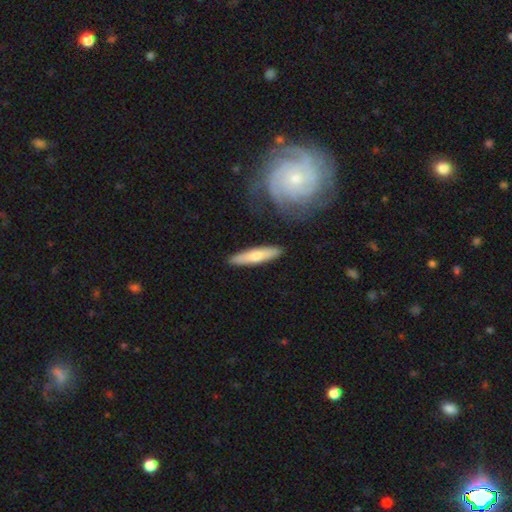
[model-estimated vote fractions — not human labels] A smooth galaxy with no disk features (57%) that is cigar-shaped (81%).

Vote fractions:
- Smooth or featured? smooth: 57% / featured or disk: 38% / star or artifact: 5%
- How rounded? cigar-shaped: 81% / in between: 17% / round: 2%
- Merging? none: 85% / minor disturbance: 10% / merger: 3% / major disturbance: 2%